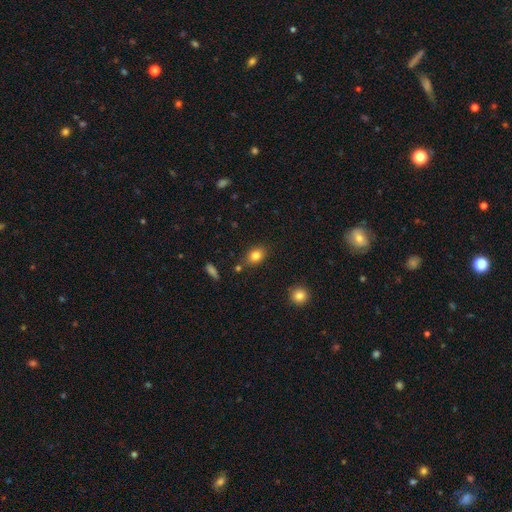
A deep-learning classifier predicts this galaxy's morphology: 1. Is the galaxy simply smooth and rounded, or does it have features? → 82% smooth, 10% star or artifact, 8% featured or disk.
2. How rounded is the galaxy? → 63% in between, 36% round, 1% cigar-shaped.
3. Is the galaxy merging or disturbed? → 79% none, 12% minor disturbance, 5% merger, 3% major disturbance.